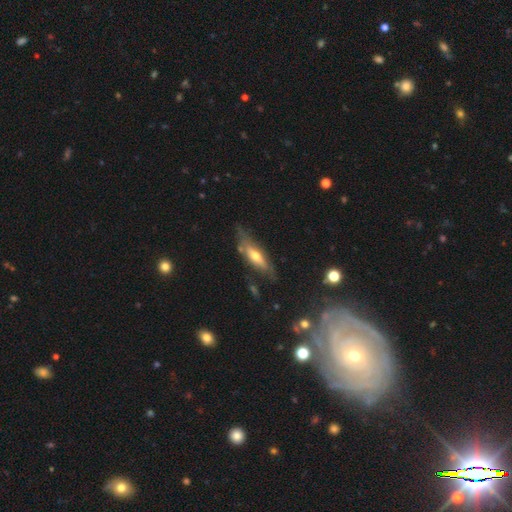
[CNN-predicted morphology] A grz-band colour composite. It shows a featured or disk galaxy (56%) viewed edge-on (70%). Merging: none (61%).